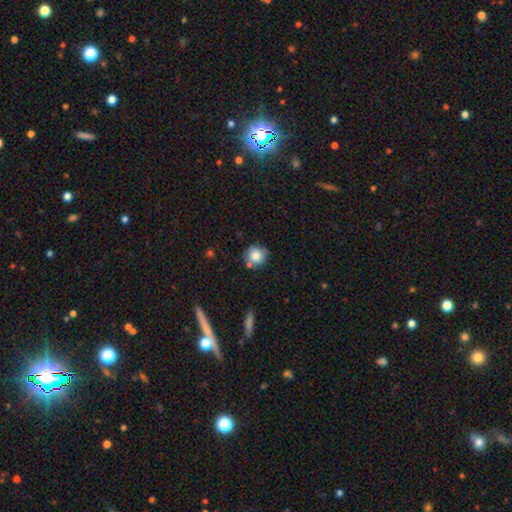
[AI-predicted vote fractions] Smooth or featured?
  - smooth: 81% *
  - featured or disk: 10%
  - star or artifact: 10%
How rounded?
  - round: 86% *
  - in between: 13%
  - cigar-shaped: 1%
Merging?
  - none: 70% *
  - minor disturbance: 17%
  - merger: 10%
  - major disturbance: 4%